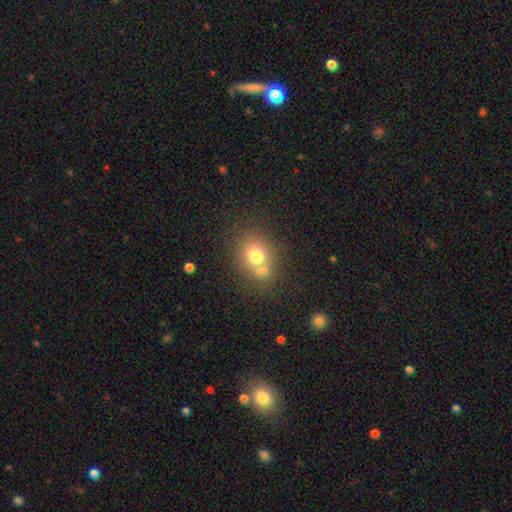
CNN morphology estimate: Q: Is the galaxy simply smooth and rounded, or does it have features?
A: smooth — 71%.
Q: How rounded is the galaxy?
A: round — 67%.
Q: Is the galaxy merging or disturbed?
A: none — 59%.